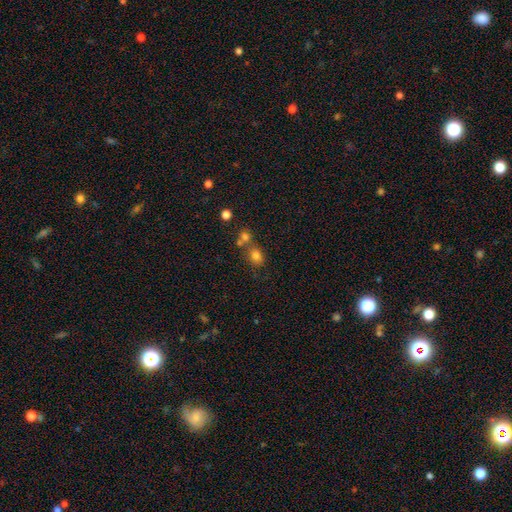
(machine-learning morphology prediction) Smooth or featured?
  - smooth: 77% *
  - star or artifact: 15%
  - featured or disk: 9%
How rounded?
  - round: 50% *
  - in between: 49%
  - cigar-shaped: 1%
Merging?
  - none: 53% *
  - merger: 32%
  - minor disturbance: 11%
  - major disturbance: 5%